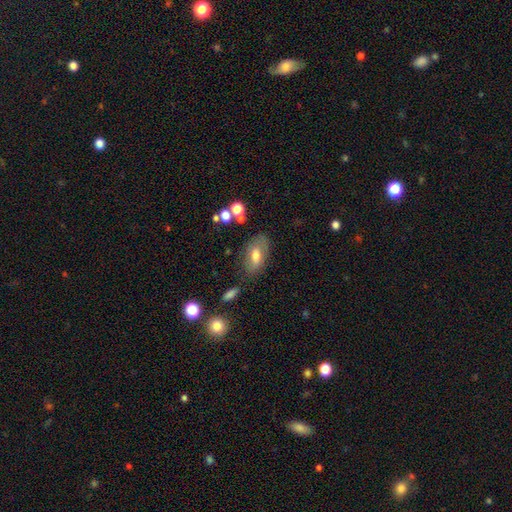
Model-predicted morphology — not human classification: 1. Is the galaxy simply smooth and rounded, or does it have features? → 64% smooth, 27% featured or disk, 9% star or artifact.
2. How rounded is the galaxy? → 88% in between, 6% round, 6% cigar-shaped.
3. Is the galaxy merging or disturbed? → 67% none, 20% minor disturbance, 7% major disturbance, 5% merger.